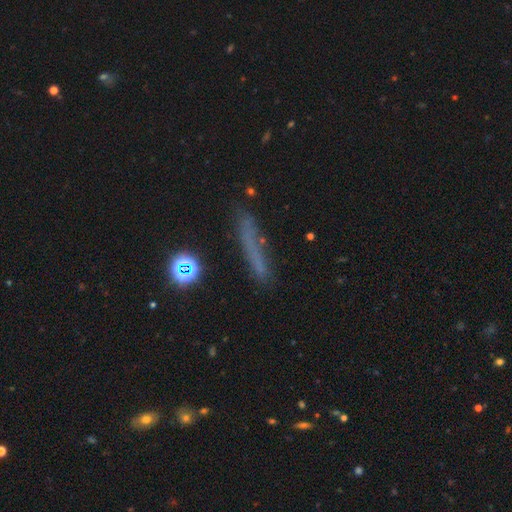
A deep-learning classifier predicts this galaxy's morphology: A smooth galaxy with no disk features (51%) that is cigar-shaped (87%).

Vote fractions:
- Smooth or featured? smooth: 51% / featured or disk: 28% / star or artifact: 22%
- How rounded? cigar-shaped: 87% / in between: 8% / round: 5%
- Merging? none: 72% / minor disturbance: 17% / major disturbance: 7% / merger: 4%